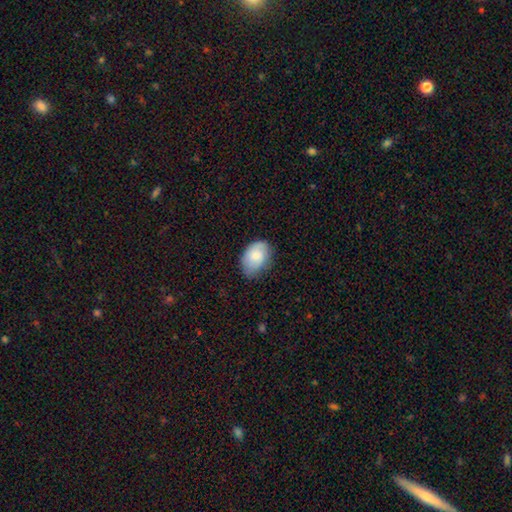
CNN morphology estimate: This appears to be a smooth galaxy with no disk features (79%) that is in between round and cigar-shaped (85%). Merging: none (68%).